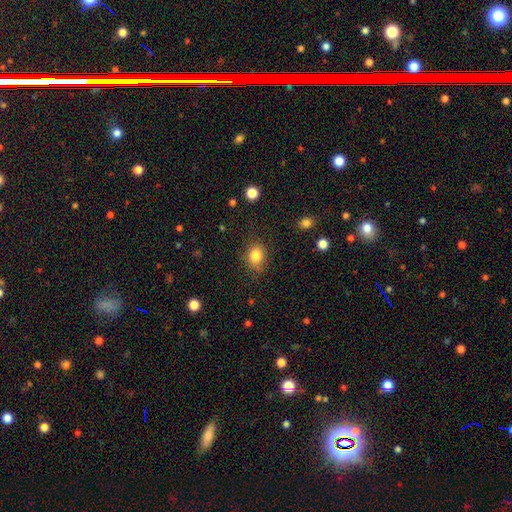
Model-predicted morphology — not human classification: This appears to be a smooth galaxy with no disk features (83%) that is round (52%). Merging: none (79%).